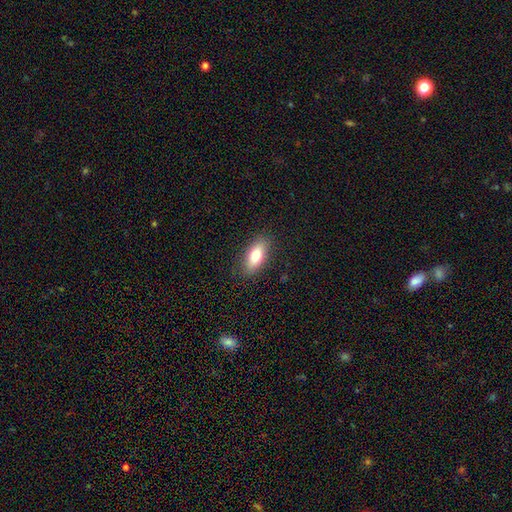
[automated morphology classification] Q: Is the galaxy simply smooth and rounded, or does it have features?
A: smooth — 79%.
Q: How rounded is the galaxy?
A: in between — 78%.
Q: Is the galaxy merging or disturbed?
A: none — 86%.